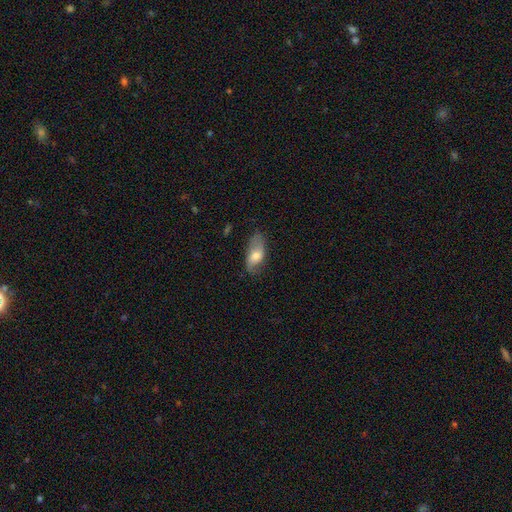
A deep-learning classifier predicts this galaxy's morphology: This is possibly a smooth galaxy (58%). How rounded: clearly in between (87%). Merging: likely none (65%).